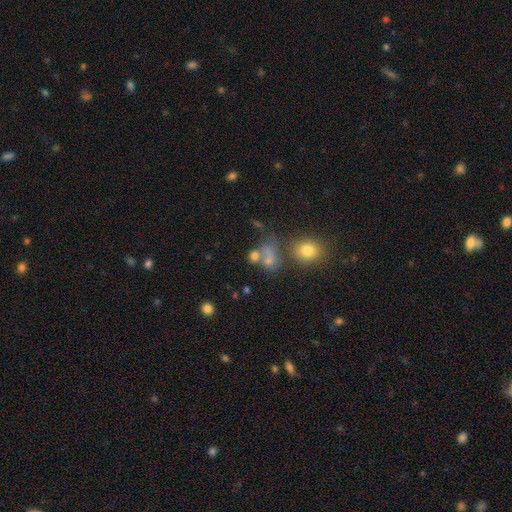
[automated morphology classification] A smooth galaxy with no disk features (67%) that is round (52%).

Vote fractions:
- Smooth or featured? smooth: 67% / star or artifact: 19% / featured or disk: 14%
- How rounded? round: 52% / in between: 46% / cigar-shaped: 3%
- Merging? merger: 38% (tied) / none: 38% (tied) / minor disturbance: 12% / major disturbance: 12%